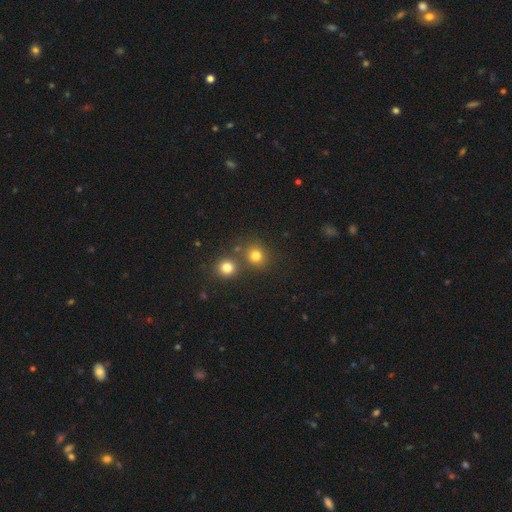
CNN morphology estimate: Smooth or featured? smooth (78%)
How rounded? round (86%)
Merging? none (70%)